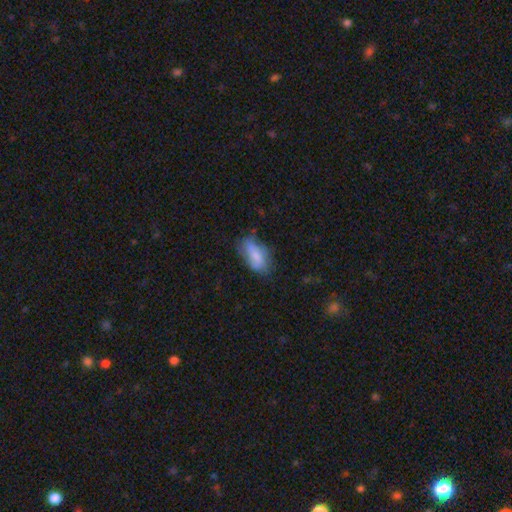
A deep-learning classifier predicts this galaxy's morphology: Q: Smooth or featured?
A: smooth (66%); runner-up: featured or disk (26%)
Q: How rounded?
A: in between (89%); runner-up: cigar-shaped (7%)
Q: Merging?
A: none (55%); runner-up: minor disturbance (31%)